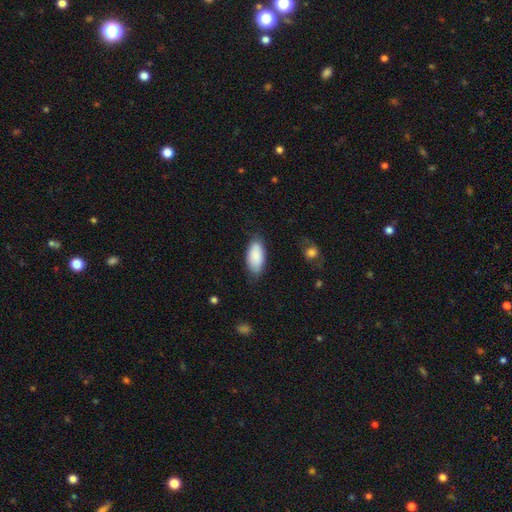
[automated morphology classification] Smooth or featured?
  - smooth: 88% *
  - featured or disk: 7%
  - star or artifact: 6%
How rounded?
  - in between: 93% *
  - cigar-shaped: 5%
  - round: 2%
Merging?
  - none: 76% *
  - minor disturbance: 18%
  - major disturbance: 4%
  - merger: 2%